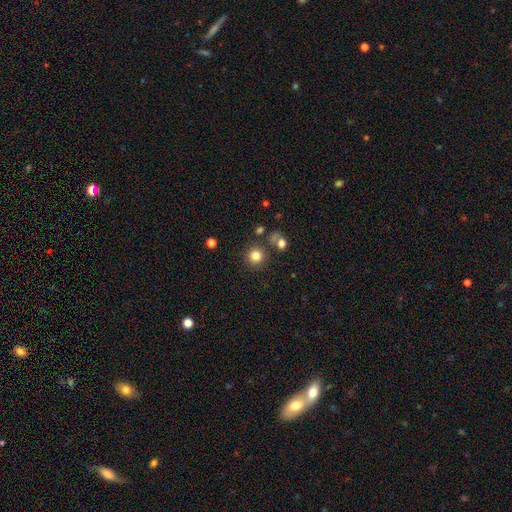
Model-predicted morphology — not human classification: A smooth galaxy with no disk features (81%) that is round (93%). Merging: none (81%).